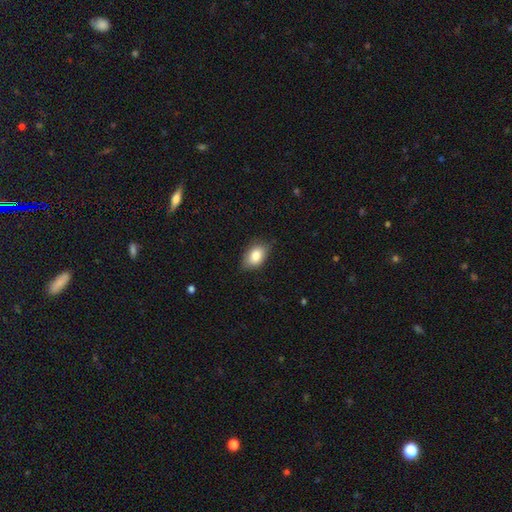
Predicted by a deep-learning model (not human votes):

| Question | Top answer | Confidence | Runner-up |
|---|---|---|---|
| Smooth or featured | smooth | 84% | featured or disk (9%) |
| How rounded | in between | 86% | round (12%) |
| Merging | none | 75% | minor disturbance (21%) |